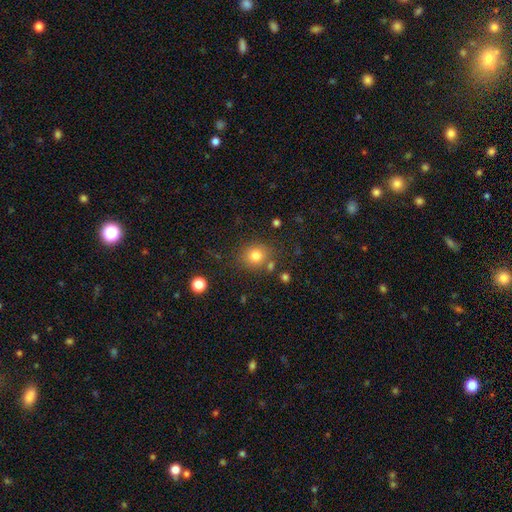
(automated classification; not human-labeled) Q: Smooth or featured?
A: smooth (81%); runner-up: star or artifact (12%)
Q: How rounded?
A: round (78%); runner-up: in between (21%)
Q: Merging?
A: none (75%); runner-up: minor disturbance (12%)